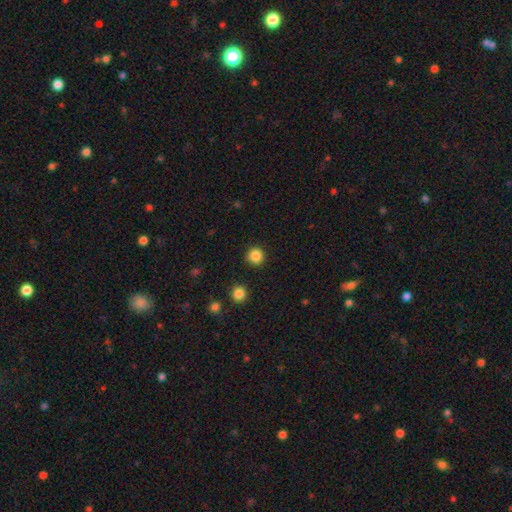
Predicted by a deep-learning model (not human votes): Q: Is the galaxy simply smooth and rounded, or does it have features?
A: smooth — 86%.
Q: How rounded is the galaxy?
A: round — 93%.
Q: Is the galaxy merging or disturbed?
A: none — 91%.